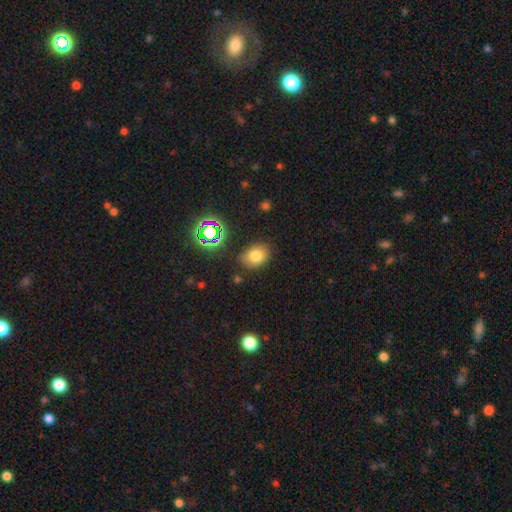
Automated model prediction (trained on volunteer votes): smooth_or_featured: smooth (p=0.74) [alt: star or artifact p=0.16]
how_rounded: in between (p=0.67) [alt: round p=0.32]
merging: none (p=0.80) [alt: minor disturbance p=0.14]